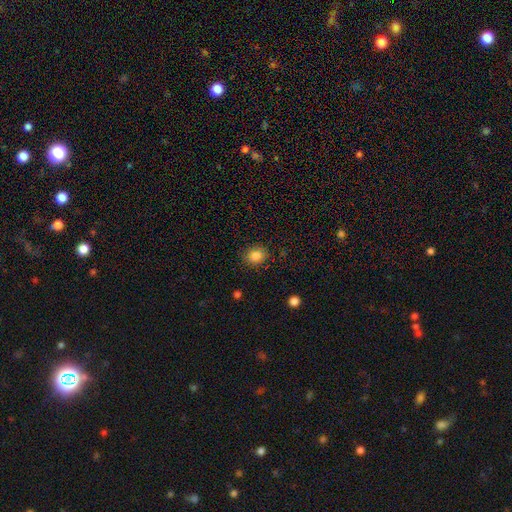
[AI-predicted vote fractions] This is clearly a smooth galaxy (84%). How rounded: likely round (65%). Merging: clearly none (88%).